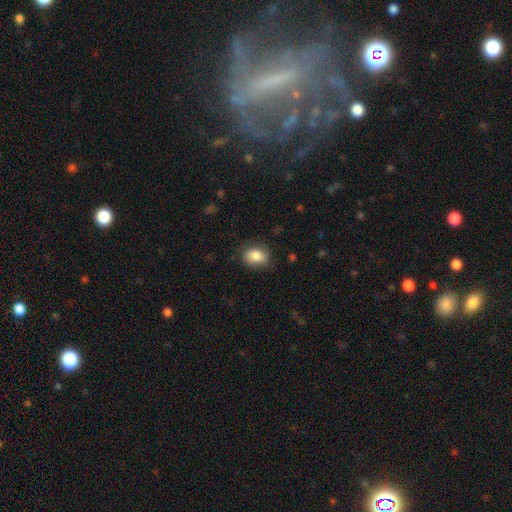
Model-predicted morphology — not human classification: smooth 84%, featured or disk 8%, star or artifact 8%. Down the decision tree: how rounded — in between (65%); merging — none (77%).